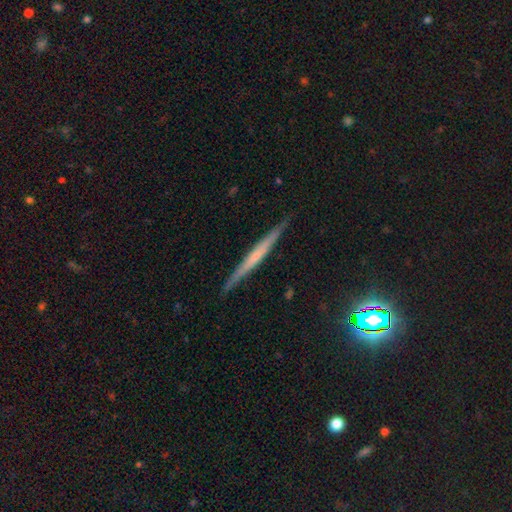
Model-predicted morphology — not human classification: Overall: featured or disk (62%; smooth 30%). Edge-on disk: yes (97%). Edge-on bulge: none (63%; rounded 29%). Merging: none (90%).